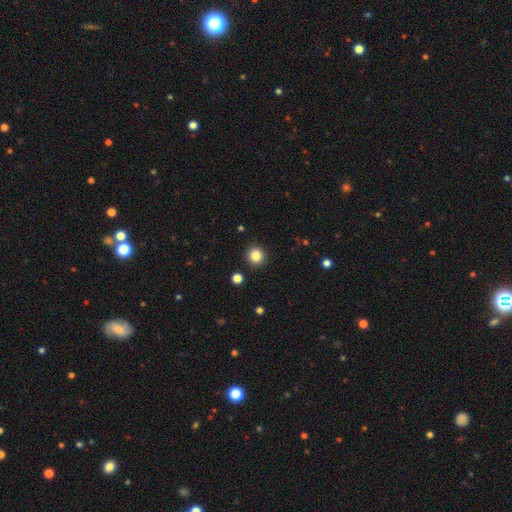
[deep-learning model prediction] Morphology: type=smooth (85%); roundness=round (93%); merging=none (92%).